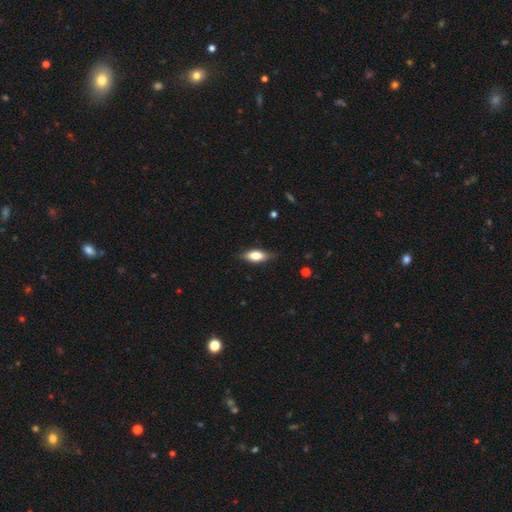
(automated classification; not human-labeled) smooth_or_featured: smooth (p=0.71) [alt: featured or disk p=0.22]
how_rounded: in between (p=0.76) [alt: cigar-shaped p=0.20]
merging: none (p=0.79) [alt: minor disturbance p=0.17]